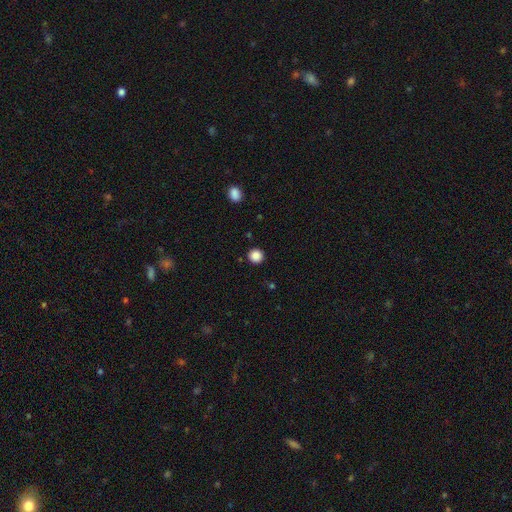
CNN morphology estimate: smooth_or_featured: smooth (p=0.87) [alt: star or artifact p=0.10]
how_rounded: round (p=0.95) [alt: in between p=0.04]
merging: none (p=0.92) [alt: minor disturbance p=0.05]